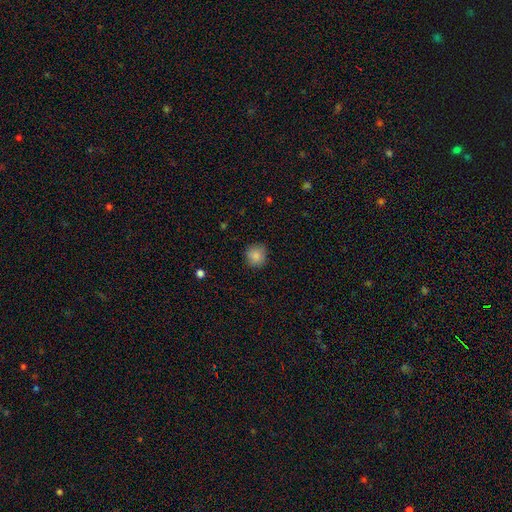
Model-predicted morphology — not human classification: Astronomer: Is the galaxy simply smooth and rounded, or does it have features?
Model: smooth — 87%.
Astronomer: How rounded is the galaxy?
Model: round — 91%.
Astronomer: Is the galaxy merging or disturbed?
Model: none — 86%.